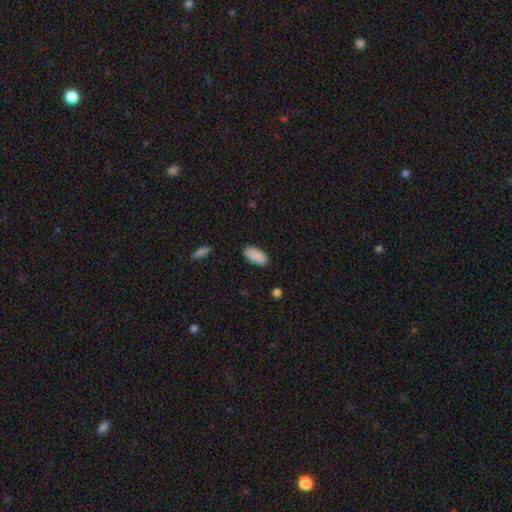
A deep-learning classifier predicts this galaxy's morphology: This appears to be a smooth galaxy with no disk features (89%) that is in between round and cigar-shaped (92%). Merging: none (84%).